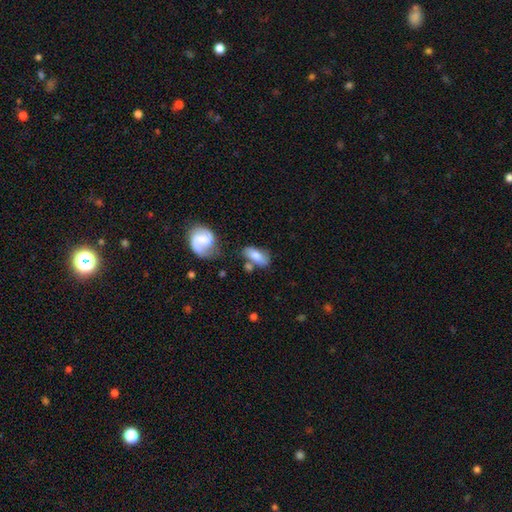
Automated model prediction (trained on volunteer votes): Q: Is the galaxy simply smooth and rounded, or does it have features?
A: smooth — 66%.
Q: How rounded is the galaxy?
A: in between — 87%.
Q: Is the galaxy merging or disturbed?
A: none — 57%.